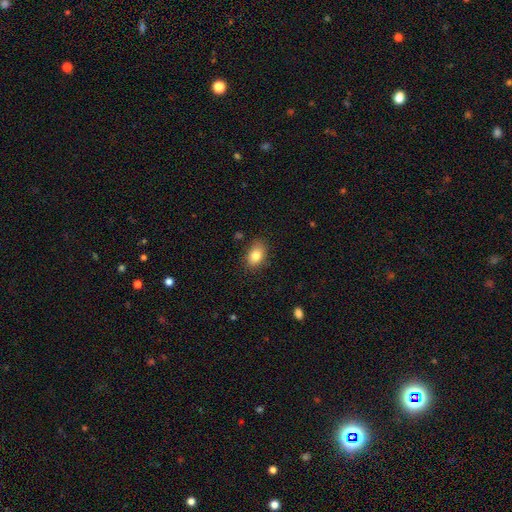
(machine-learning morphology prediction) Smooth or featured? smooth (84%)
How rounded? in between (81%)
Merging? none (81%)